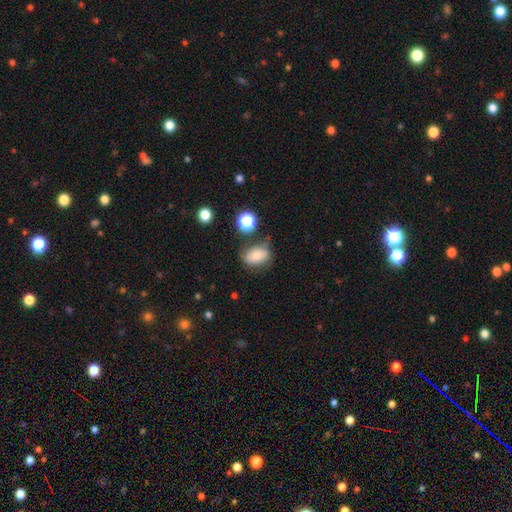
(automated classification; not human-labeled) A smooth galaxy with no disk features (70%) that is in between round and cigar-shaped (74%). Merging: none (63%).